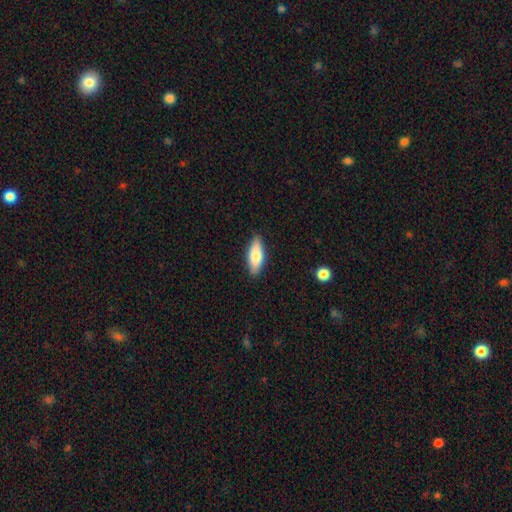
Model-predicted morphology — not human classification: Smooth or featured? smooth (75%)
How rounded? in between (67%)
Merging? none (88%)